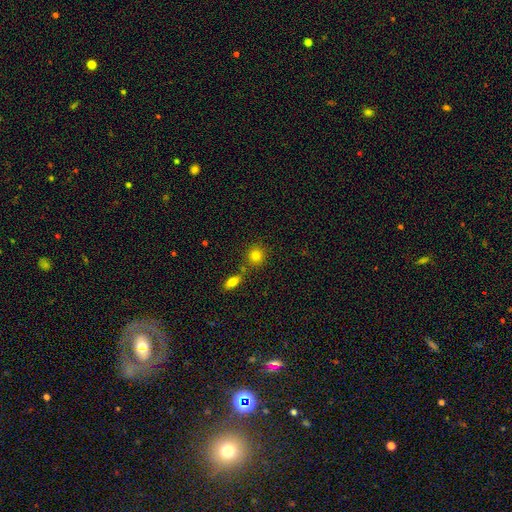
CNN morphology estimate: Smooth or featured?
  - smooth: 81% *
  - star or artifact: 11%
  - featured or disk: 8%
How rounded?
  - round: 85% *
  - in between: 14%
  - cigar-shaped: 1%
Merging?
  - none: 72% *
  - merger: 15%
  - minor disturbance: 9%
  - major disturbance: 3%